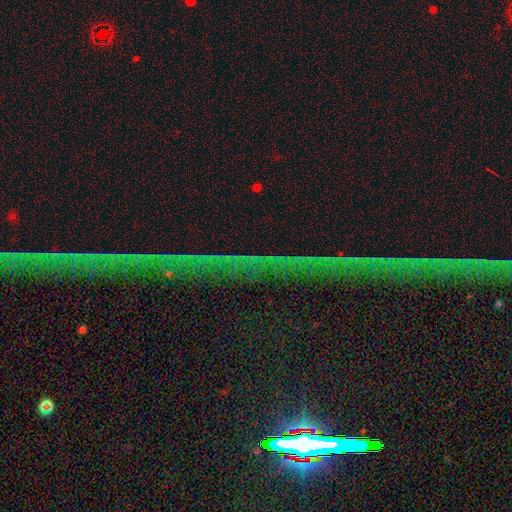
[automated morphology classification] Q: Smooth or featured?
A: star or artifact (78%); runner-up: featured or disk (13%)